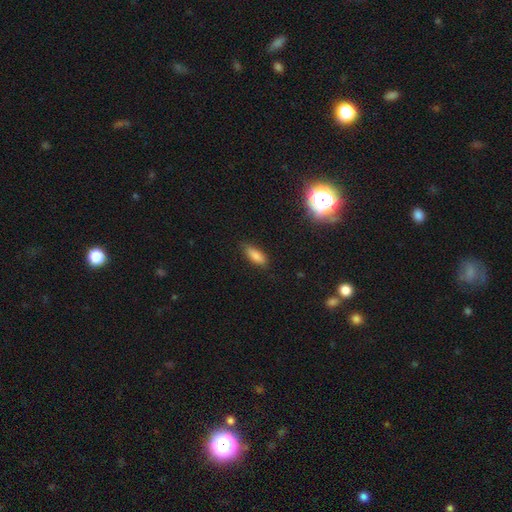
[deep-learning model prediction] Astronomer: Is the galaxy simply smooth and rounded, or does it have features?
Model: smooth — 81%.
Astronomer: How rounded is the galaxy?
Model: in between — 70%.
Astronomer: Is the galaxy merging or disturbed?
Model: none — 81%.